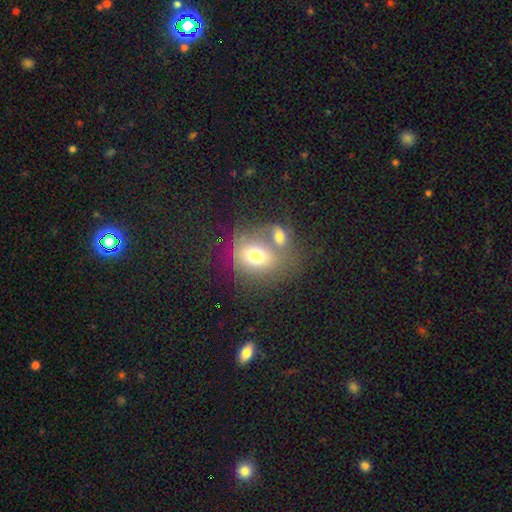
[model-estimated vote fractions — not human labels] Smooth or featured: smooth — 66% (featured or disk — 21%)
How rounded: round — 55% (in between — 43%)
Merging: merger — 45% (none — 33%)